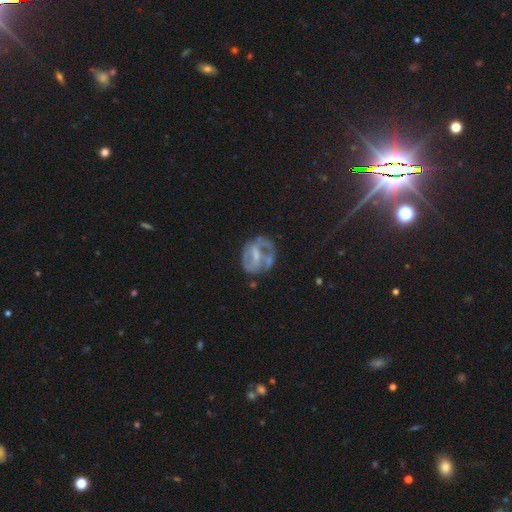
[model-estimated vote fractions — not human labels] Q: Smooth or featured?
A: featured or disk (68%); runner-up: smooth (24%)
Q: Edge-on disk?
A: no (97%); runner-up: yes (3%)
Q: Bar?
A: weak (42%); runner-up: no (33%)
Q: Spiral arms?
A: yes (52%); runner-up: no (48%)
Q: Bulge size?
A: small (32%); runner-up: none (31%)
Q: Merging?
A: none (48%); runner-up: minor disturbance (24%)